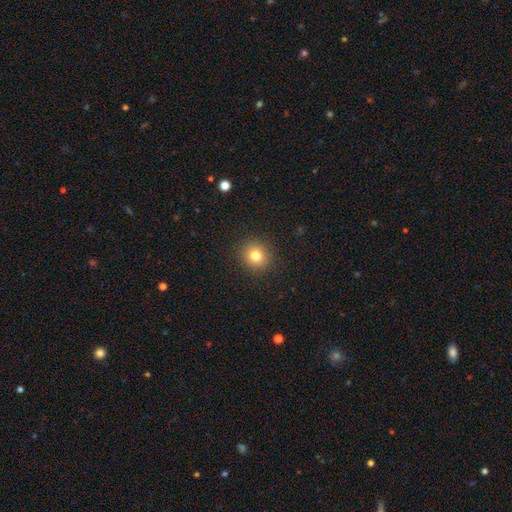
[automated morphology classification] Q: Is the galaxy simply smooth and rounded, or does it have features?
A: smooth — 79%.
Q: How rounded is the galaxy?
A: round — 89%.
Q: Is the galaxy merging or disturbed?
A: none — 91%.